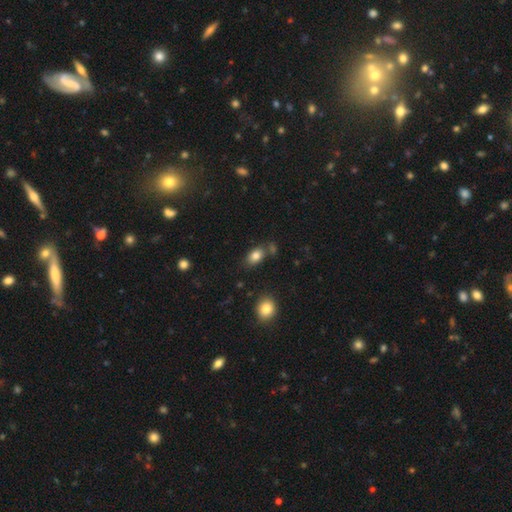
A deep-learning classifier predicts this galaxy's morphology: A smooth galaxy with no disk features (83%) that is in between round and cigar-shaped (83%). Merging: none (70%).